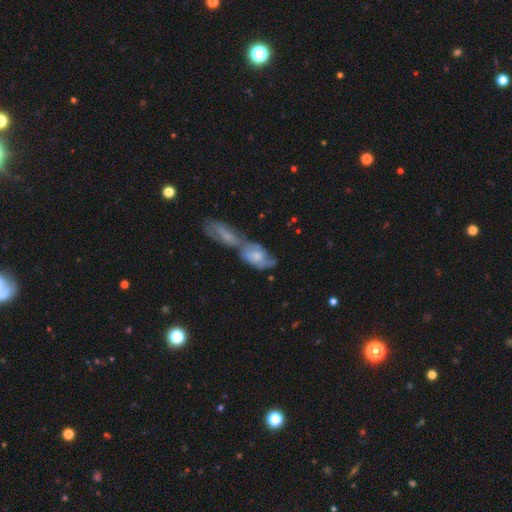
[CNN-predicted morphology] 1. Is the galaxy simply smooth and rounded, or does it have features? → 53% featured or disk, 41% smooth, 7% star or artifact.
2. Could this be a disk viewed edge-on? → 88% no, 12% yes.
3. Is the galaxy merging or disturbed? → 69% merger, 16% none, 9% minor disturbance, 6% major disturbance.